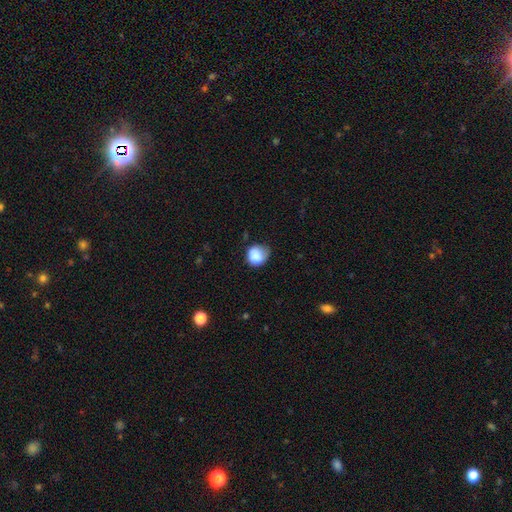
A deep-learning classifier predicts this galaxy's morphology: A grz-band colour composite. It shows a smooth galaxy with no disk features (85%) that is round (79%). Merging: none (45%).